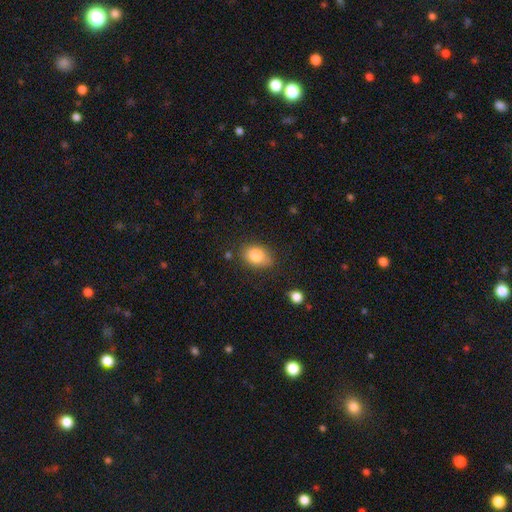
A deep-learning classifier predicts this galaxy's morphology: Smooth or featured? Predicted: smooth (p=0.82). How rounded? Predicted: in between (p=0.71). Merging? Predicted: none (p=0.74).